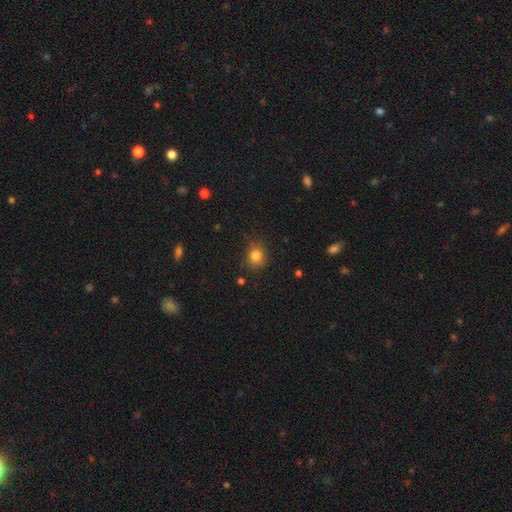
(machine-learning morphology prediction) Smooth or featured? smooth (82%)
How rounded? round (76%)
Merging? none (79%)